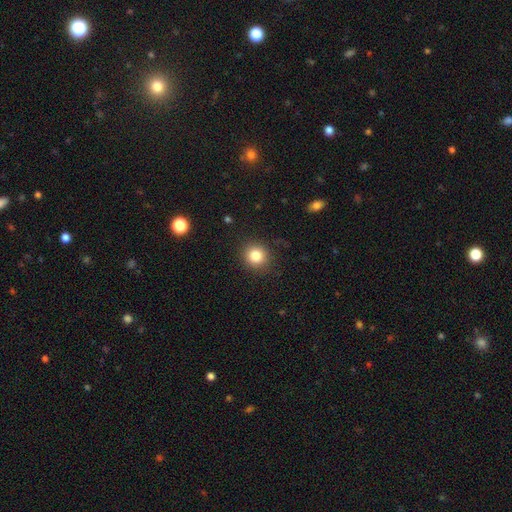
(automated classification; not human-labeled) Smooth or featured? smooth (83%)
How rounded? round (90%)
Merging? none (89%)